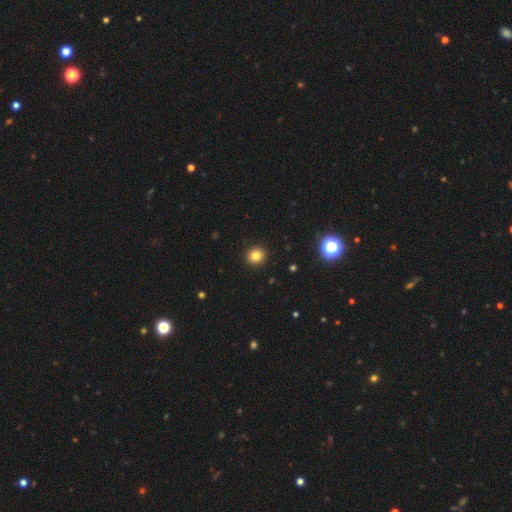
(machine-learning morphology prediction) Smooth or featured? smooth (82%)
How rounded? round (88%)
Merging? none (93%)